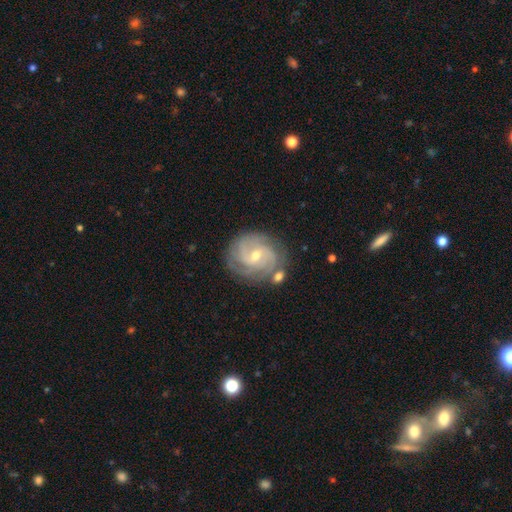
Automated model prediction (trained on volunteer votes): The model was most divided on "bar": weak: 45%, no: 44%, strong: 11%. Remaining: spiral arms — yes (97%); edge-on disk — no (97%); smooth or featured — featured or disk (87%); merging — none (76%); spiral winding — tight (61%); bulge size — small (54%); spiral arm count — 3 (37%).